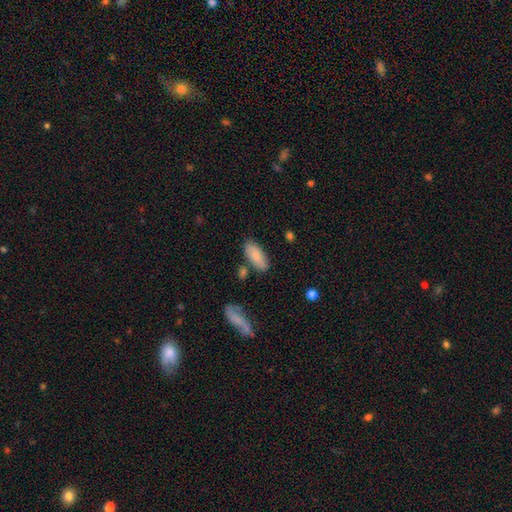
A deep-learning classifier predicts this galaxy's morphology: Smooth or featured: smooth — 79% (featured or disk — 15%)
How rounded: in between — 86% (cigar-shaped — 12%)
Merging: none — 76% (minor disturbance — 14%)